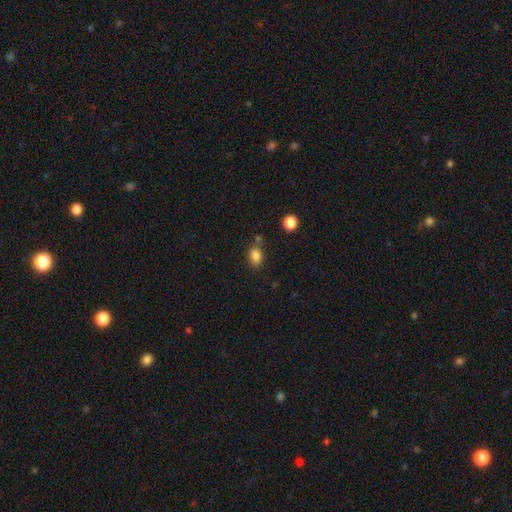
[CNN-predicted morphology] Smooth or featured: smooth — 84% (star or artifact — 10%)
How rounded: in between — 79% (round — 19%)
Merging: none — 73% (minor disturbance — 14%)